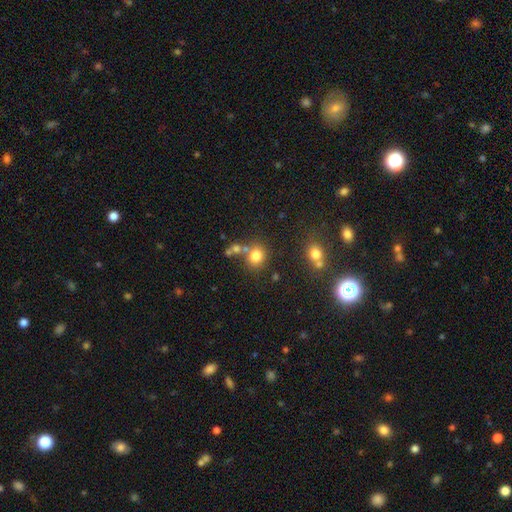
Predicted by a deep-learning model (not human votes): smooth 78%, star or artifact 14%, featured or disk 8%. Down the decision tree: how rounded — round (76%); merging — none (65%).